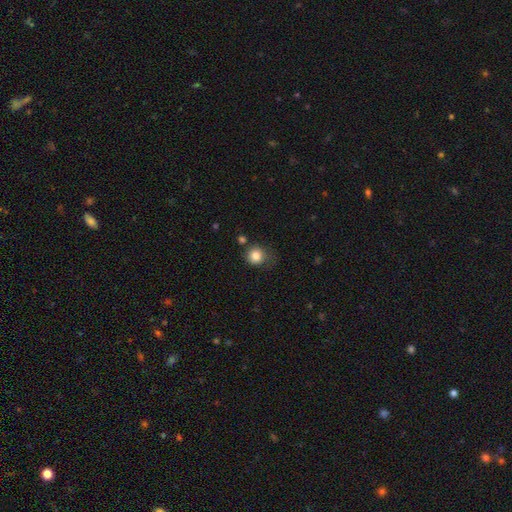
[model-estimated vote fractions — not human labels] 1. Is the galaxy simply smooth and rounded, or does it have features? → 84% smooth, 10% star or artifact, 6% featured or disk.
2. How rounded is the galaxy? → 84% round, 15% in between, 1% cigar-shaped.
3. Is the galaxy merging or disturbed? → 61% none, 24% minor disturbance, 9% major disturbance, 5% merger.